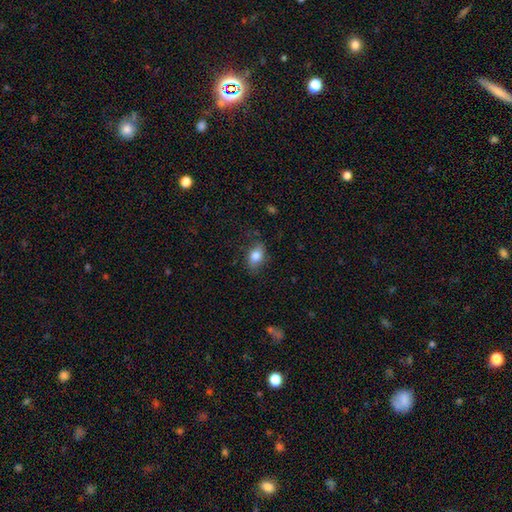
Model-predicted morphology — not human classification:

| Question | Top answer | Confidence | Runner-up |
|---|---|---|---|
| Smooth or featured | smooth | 82% | featured or disk (10%) |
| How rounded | in between | 81% | round (16%) |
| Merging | none | 75% | minor disturbance (18%) |